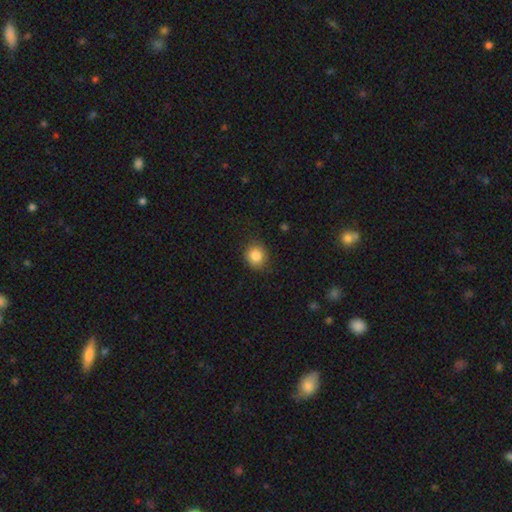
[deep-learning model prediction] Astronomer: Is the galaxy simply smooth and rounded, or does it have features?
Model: smooth — 85%.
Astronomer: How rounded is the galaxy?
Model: round — 80%.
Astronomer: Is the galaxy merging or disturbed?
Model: none — 83%.